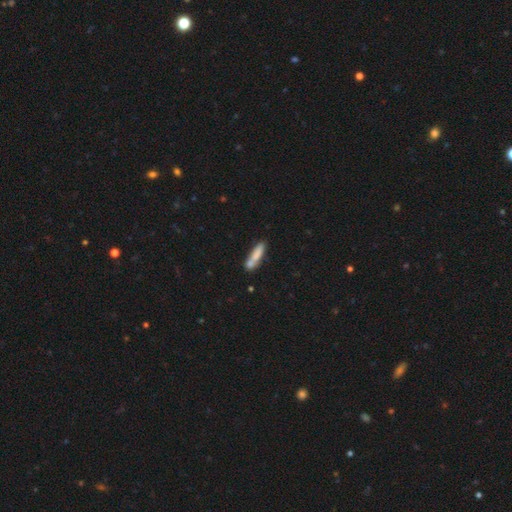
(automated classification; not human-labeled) A smooth galaxy with no disk features (76%) that is cigar-shaped (77%). Merging: none (55%).